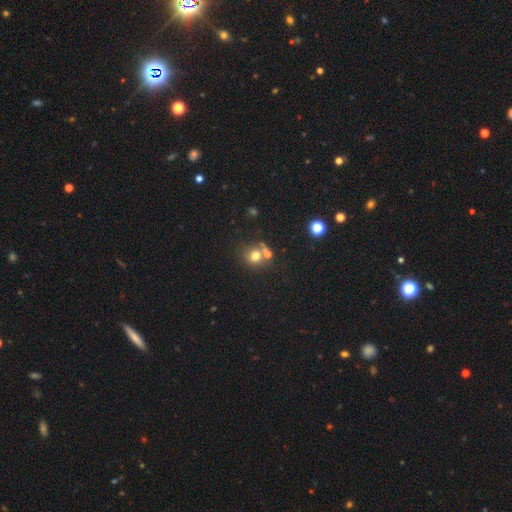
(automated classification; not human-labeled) smooth_or_featured: smooth (p=0.70) [alt: star or artifact p=0.16]
how_rounded: round (p=0.81) [alt: in between p=0.18]
merging: none (p=0.51) [alt: merger p=0.34]